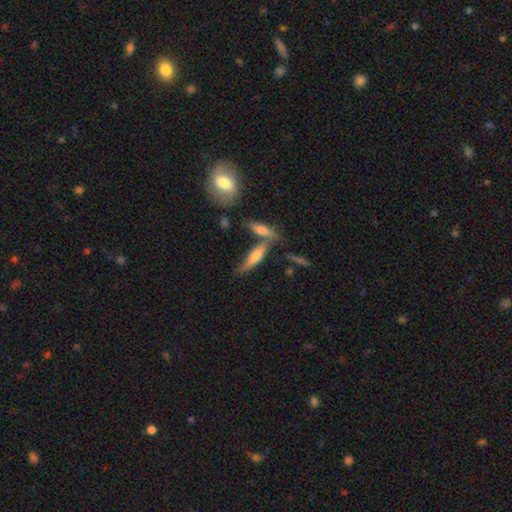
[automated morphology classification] Smooth or featured? Predicted: smooth (p=0.58). How rounded? Predicted: cigar-shaped (p=0.68). Merging? Predicted: none (p=0.56).